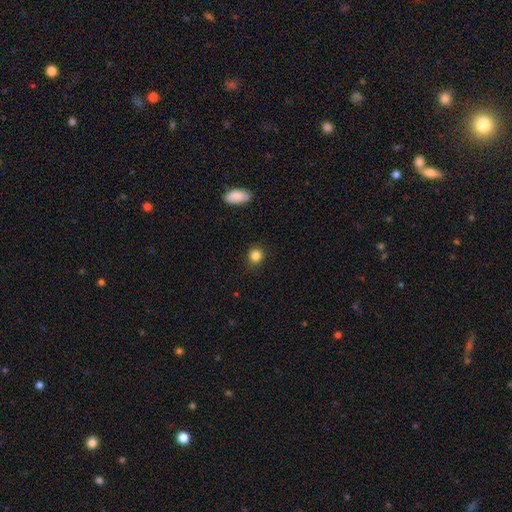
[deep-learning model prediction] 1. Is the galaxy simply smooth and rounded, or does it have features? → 85% smooth, 11% star or artifact, 4% featured or disk.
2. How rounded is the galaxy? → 86% round, 13% in between, 1% cigar-shaped.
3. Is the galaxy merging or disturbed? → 88% none, 8% minor disturbance, 2% major disturbance, 1% merger.